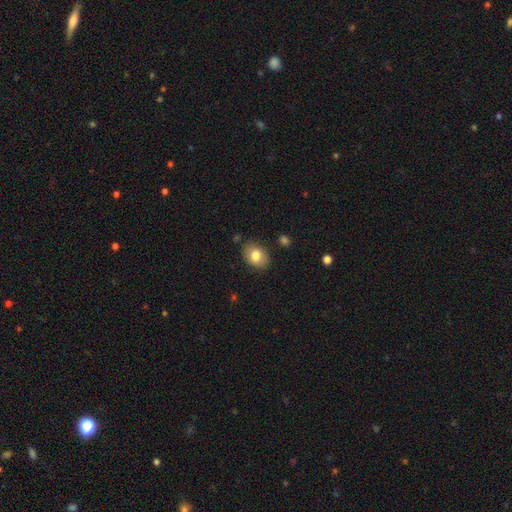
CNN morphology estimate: Q: Smooth or featured?
A: smooth (80%); runner-up: featured or disk (12%)
Q: How rounded?
A: in between (72%); runner-up: round (27%)
Q: Merging?
A: none (83%); runner-up: minor disturbance (12%)